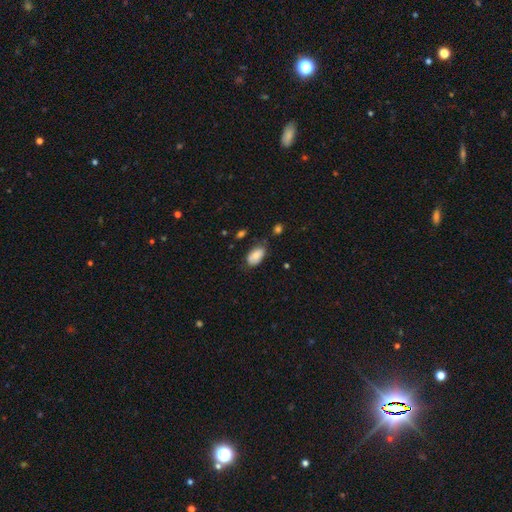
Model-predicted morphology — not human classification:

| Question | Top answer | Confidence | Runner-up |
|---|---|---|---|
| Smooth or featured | smooth | 77% | featured or disk (15%) |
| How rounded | in between | 93% | round (5%) |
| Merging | none | 61% | minor disturbance (29%) |